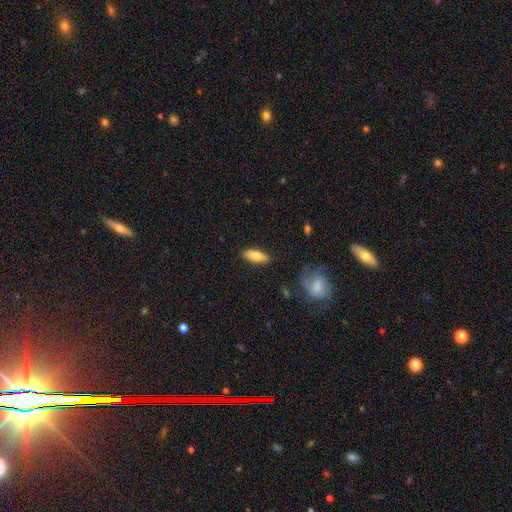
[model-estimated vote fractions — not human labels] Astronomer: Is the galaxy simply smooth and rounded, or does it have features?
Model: smooth — 77%.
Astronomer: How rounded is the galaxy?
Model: in between — 71%.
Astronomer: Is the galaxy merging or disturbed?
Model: none — 85%.